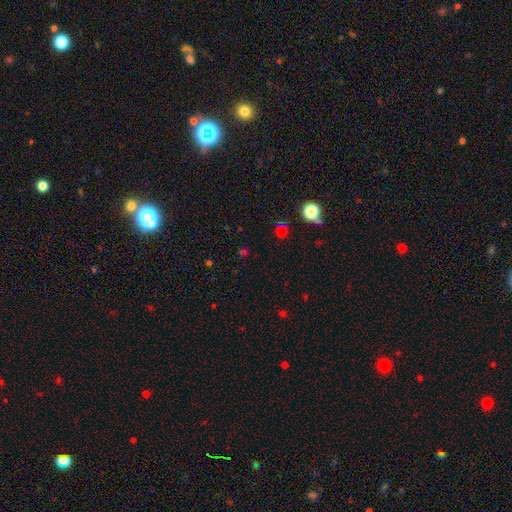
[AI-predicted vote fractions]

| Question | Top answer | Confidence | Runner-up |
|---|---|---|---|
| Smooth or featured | star or artifact | 53% | smooth (40%) |